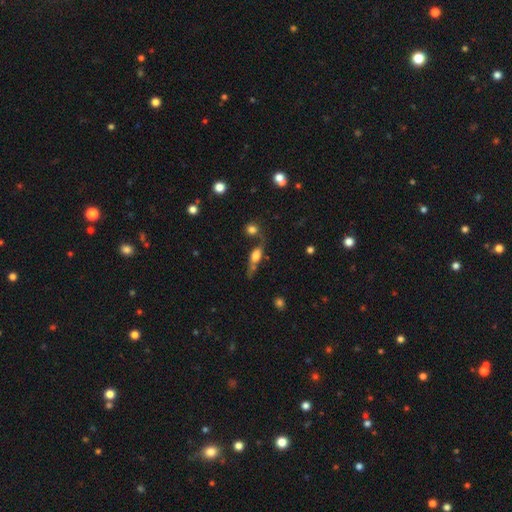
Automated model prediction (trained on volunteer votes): The model was most divided on "smooth or featured": smooth: 47%, featured or disk: 42%, star or artifact: 11%. Remaining: merging — none (48%).